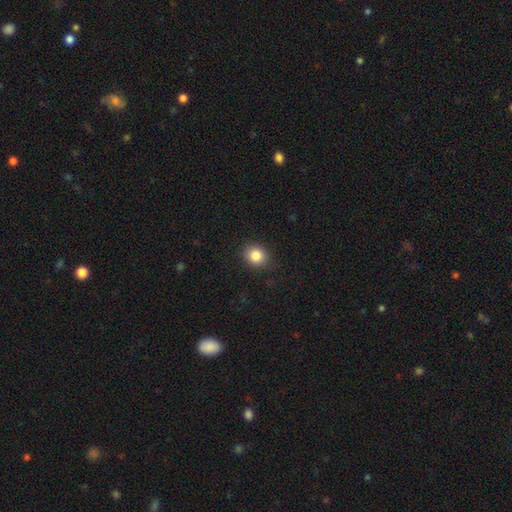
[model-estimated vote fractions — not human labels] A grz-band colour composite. It shows a smooth galaxy with no disk features (84%) that is round (71%). Merging: none (88%).